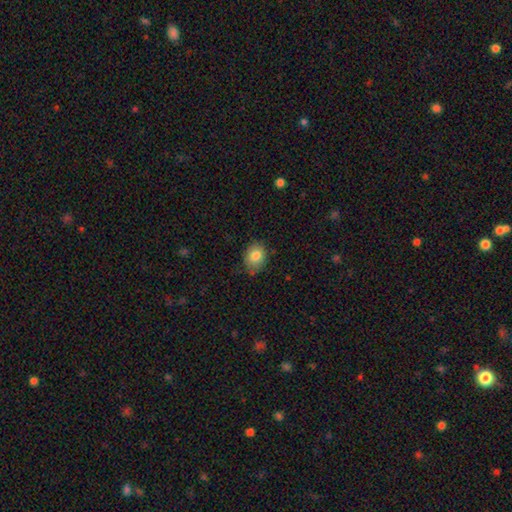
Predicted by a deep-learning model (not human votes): This appears to be a smooth galaxy with no disk features (82%) that is in between round and cigar-shaped (54%). Merging: none (75%).